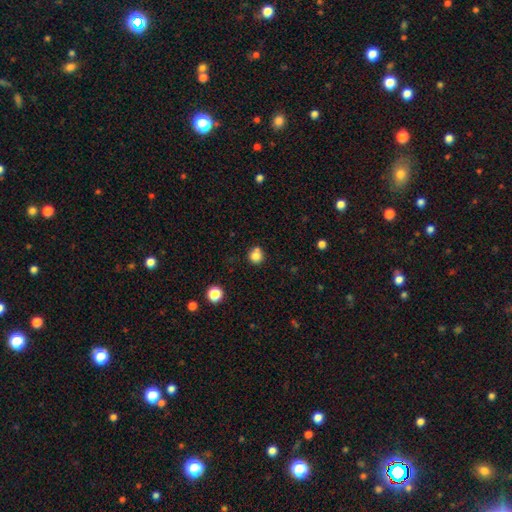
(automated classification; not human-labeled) smooth 80%, star or artifact 12%, featured or disk 8%. Down the decision tree: how rounded — round (88%); merging — none (61%).